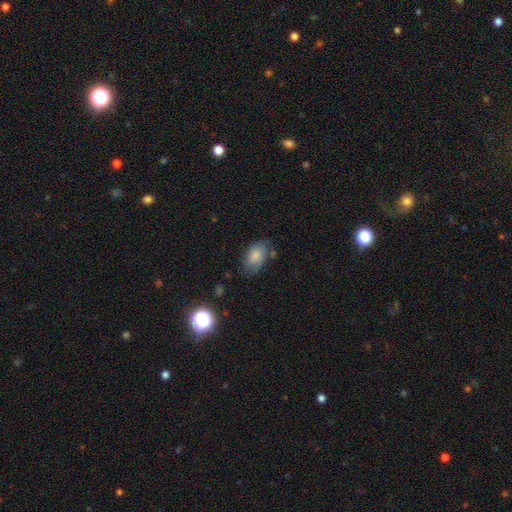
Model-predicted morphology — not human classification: Smooth or featured: smooth — 80% (featured or disk — 12%)
How rounded: in between — 91% (round — 7%)
Merging: none — 64% (minor disturbance — 24%)